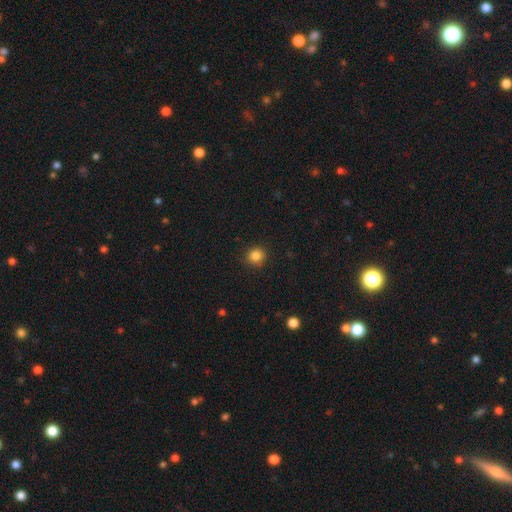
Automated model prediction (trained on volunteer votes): smooth-or-featured: smooth: 85% | star or artifact: 11% | featured or disk: 4%
  how-rounded: round: 88% | in between: 11% | cigar-shaped: 1%
  merging: none: 90% | minor disturbance: 7% | major disturbance: 2% | merger: 1%